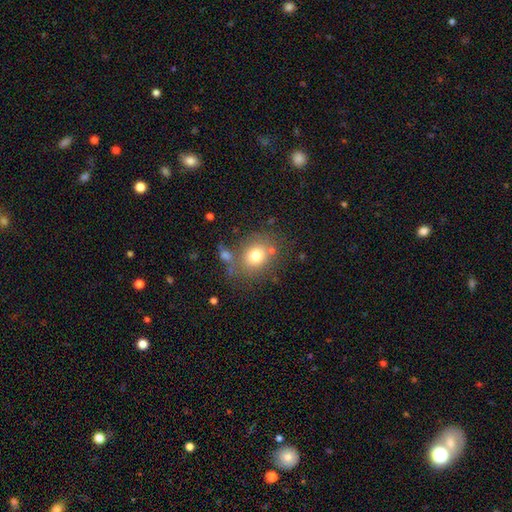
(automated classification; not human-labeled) A smooth galaxy with no disk features (76%) that is round (67%). Merging: none (69%).